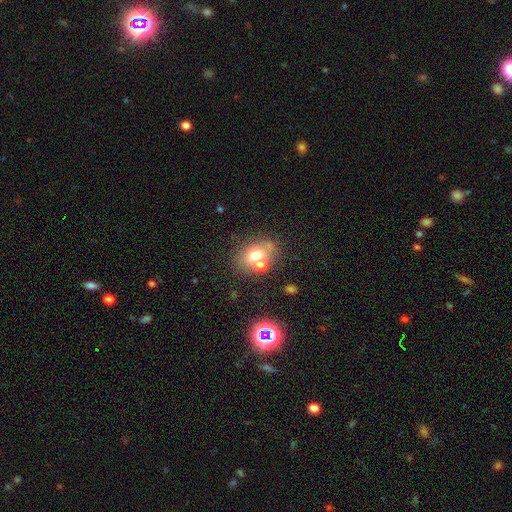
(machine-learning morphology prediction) A smooth galaxy with no disk features (64%) that is in between round and cigar-shaped (57%). Merging: none (50%).